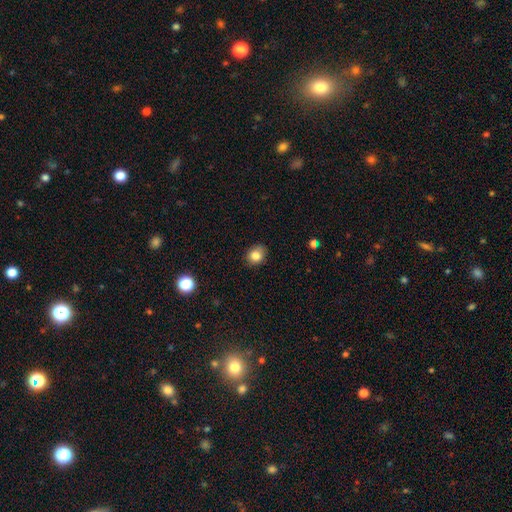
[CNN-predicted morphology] smooth 82%, star or artifact 11%, featured or disk 7%. Down the decision tree: how rounded — round (61%); merging — none (84%).